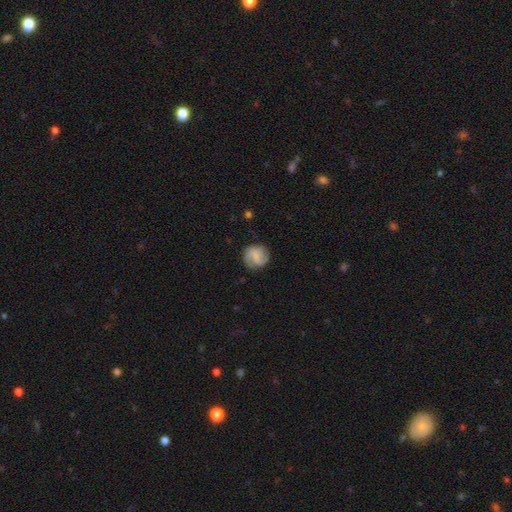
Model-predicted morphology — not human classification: Smooth or featured?
  - featured or disk: 50% *
  - smooth: 42%
  - star or artifact: 8%
Merging?
  - none: 76% *
  - minor disturbance: 16%
  - major disturbance: 7%
  - merger: 1%